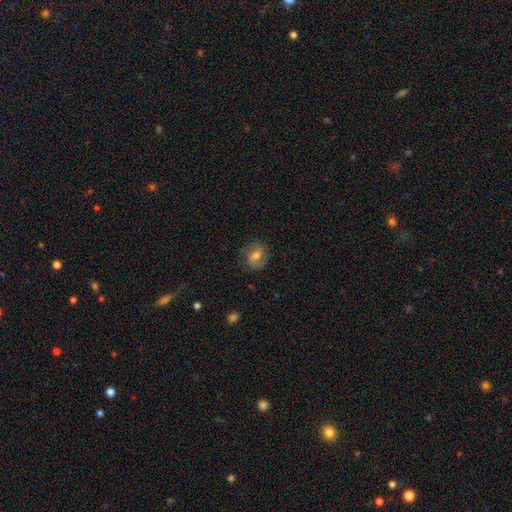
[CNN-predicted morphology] Smooth or featured: featured or disk — 60% (smooth — 32%)
Edge-on disk: no — 97% (yes — 3%)
Bar: weak — 47% (no — 29%)
Spiral arms: yes — 86% (no — 14%)
Bulge size: moderate — 66% (small — 24%)
Merging: none — 79% (minor disturbance — 14%)